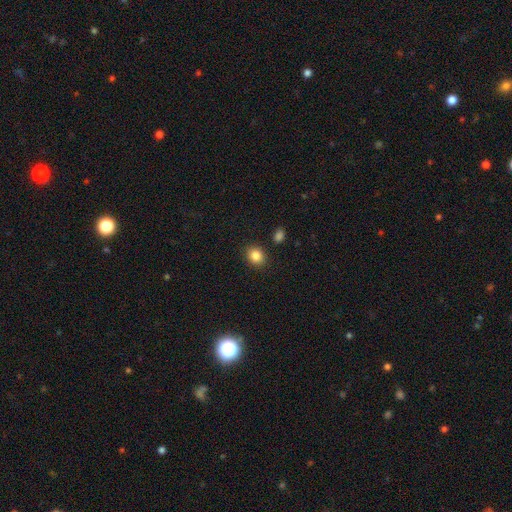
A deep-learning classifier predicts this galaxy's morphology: smooth-or-featured: smooth: 85% | star or artifact: 10% | featured or disk: 5%
  how-rounded: round: 62% | in between: 37% | cigar-shaped: 1%
  merging: none: 87% | minor disturbance: 8% | merger: 3% | major disturbance: 2%